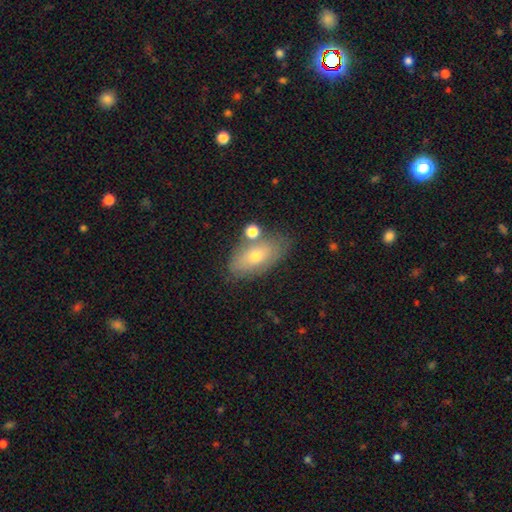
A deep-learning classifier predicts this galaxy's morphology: type=smooth (65%); roundness=in between (89%); merging=none (68%).